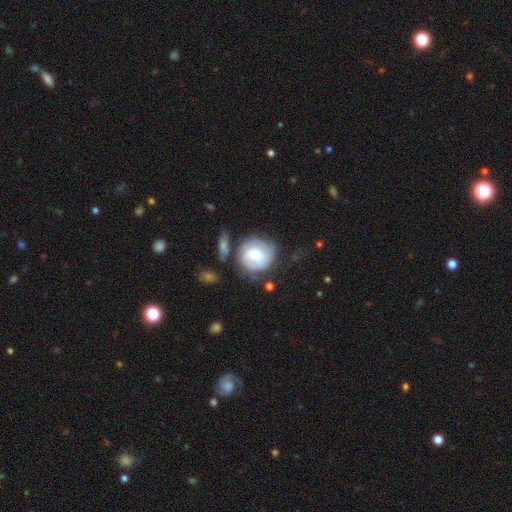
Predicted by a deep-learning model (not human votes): Smooth or featured?
  - smooth: 52% *
  - featured or disk: 41%
  - star or artifact: 7%
How rounded?
  - round: 84% *
  - in between: 15%
  - cigar-shaped: 1%
Merging?
  - none: 51% *
  - minor disturbance: 24%
  - major disturbance: 15%
  - merger: 10%